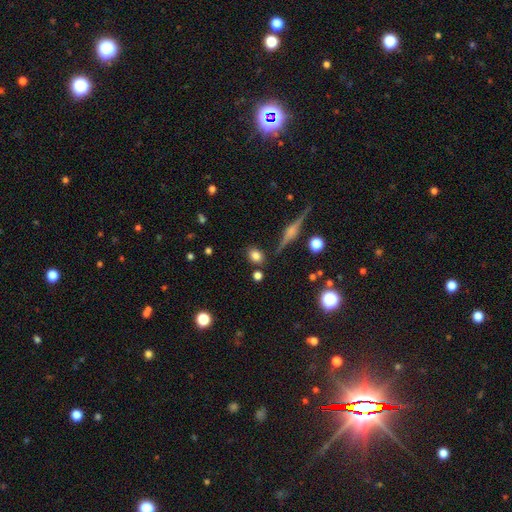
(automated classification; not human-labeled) This appears to be a smooth galaxy with no disk features (78%) that is in between round and cigar-shaped (50%). Merging: none (81%).